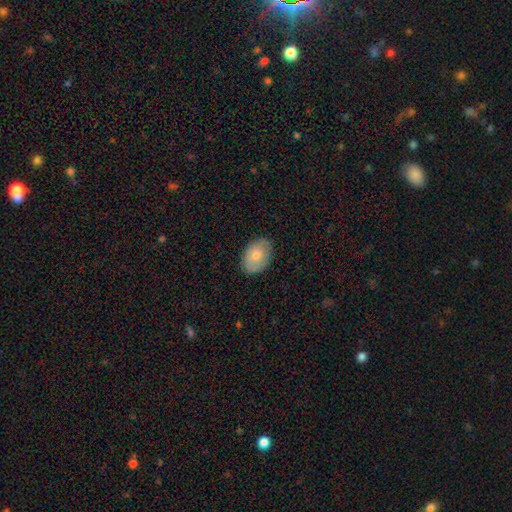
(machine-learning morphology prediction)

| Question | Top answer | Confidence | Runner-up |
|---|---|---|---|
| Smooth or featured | smooth | 74% | featured or disk (20%) |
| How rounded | in between | 82% | round (17%) |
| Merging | none | 83% | minor disturbance (14%) |